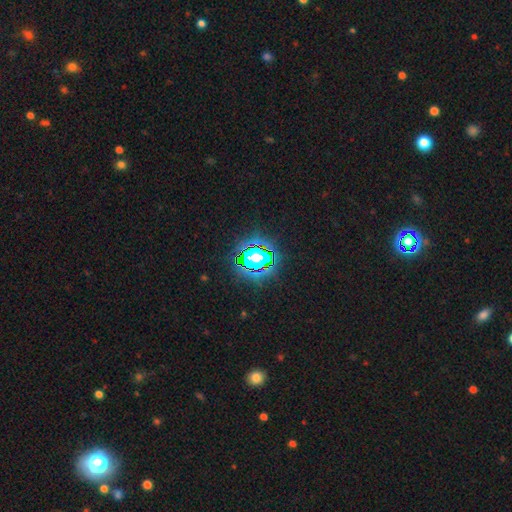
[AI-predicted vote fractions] Smooth or featured: star or artifact — 65% (smooth — 22%)